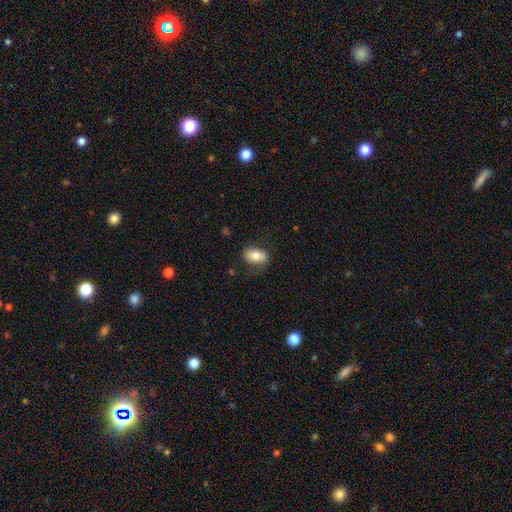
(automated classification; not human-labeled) A smooth galaxy with no disk features (74%) that is in between round and cigar-shaped (88%). Merging: none (71%).